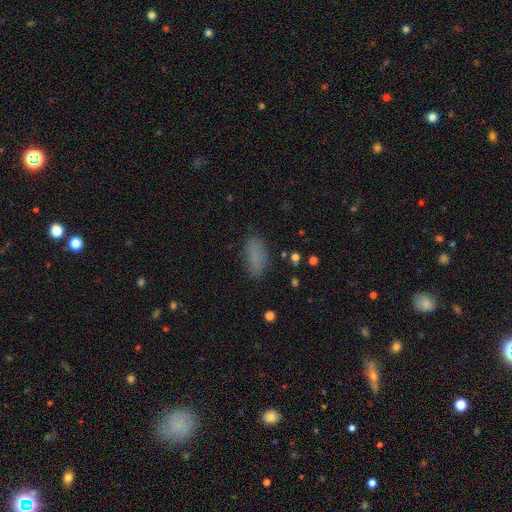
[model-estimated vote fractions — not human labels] Q: Smooth or featured?
A: smooth (82%); runner-up: star or artifact (11%)
Q: How rounded?
A: in between (85%); runner-up: cigar-shaped (12%)
Q: Merging?
A: none (77%); runner-up: minor disturbance (16%)